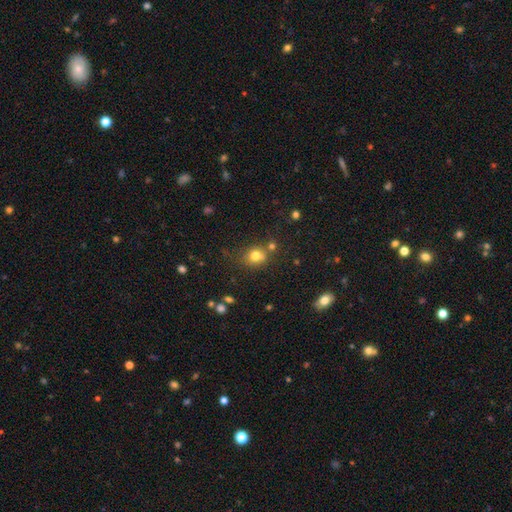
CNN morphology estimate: This is likely a smooth galaxy (76%). How rounded: likely round (71%). Merging: likely none (60%).